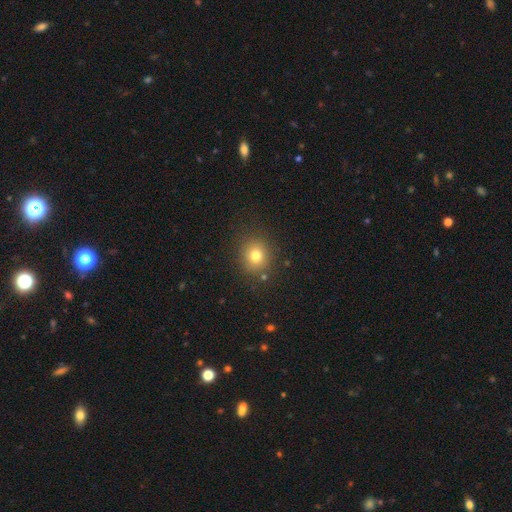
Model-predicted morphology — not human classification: A smooth galaxy with no disk features (77%) that is round (81%). Merging: none (85%).